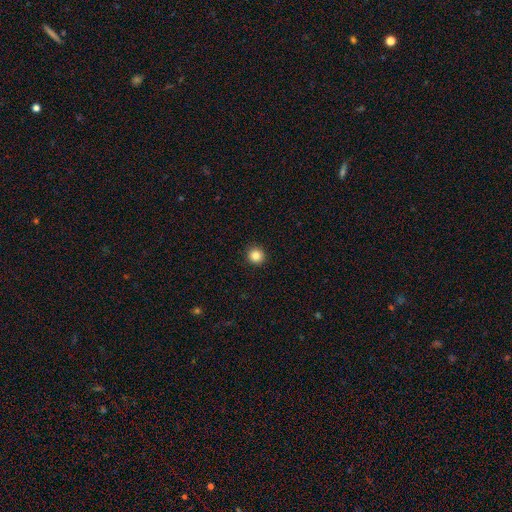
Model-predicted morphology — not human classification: type=smooth (85%); roundness=round (94%); merging=none (93%).